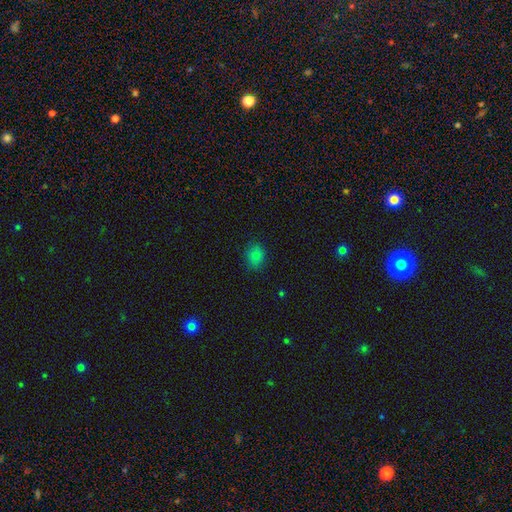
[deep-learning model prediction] smooth 81%, star or artifact 15%, featured or disk 4%. Down the decision tree: how rounded — round (62%); merging — none (82%).